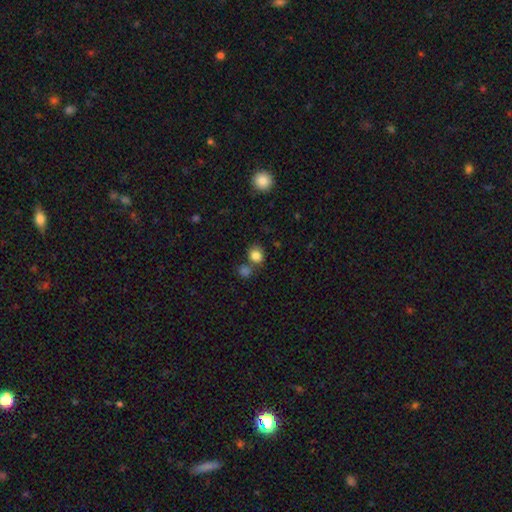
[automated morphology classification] Q: Smooth or featured?
A: smooth (84%); runner-up: star or artifact (11%)
Q: How rounded?
A: round (67%); runner-up: in between (32%)
Q: Merging?
A: none (63%); runner-up: merger (19%)